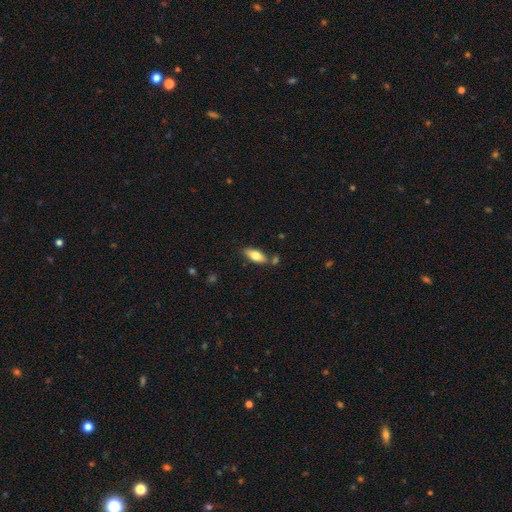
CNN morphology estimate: Q: Smooth or featured?
A: smooth (74%); runner-up: featured or disk (19%)
Q: How rounded?
A: in between (77%); runner-up: cigar-shaped (21%)
Q: Merging?
A: none (75%); runner-up: minor disturbance (13%)